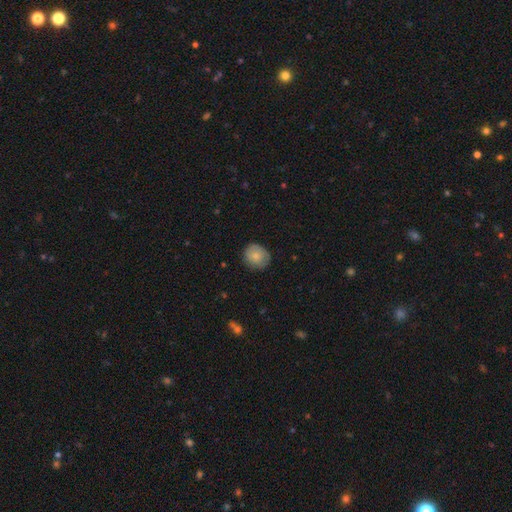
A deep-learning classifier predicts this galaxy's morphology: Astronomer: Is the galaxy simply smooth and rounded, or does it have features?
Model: smooth — 77%.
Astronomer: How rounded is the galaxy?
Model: round — 75%.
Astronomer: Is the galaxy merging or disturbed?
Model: none — 79%.